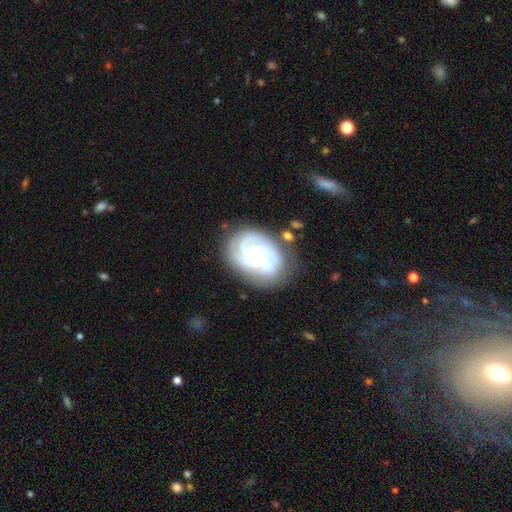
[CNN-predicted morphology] A featured or disk galaxy (84%) with no bar (55%), 3 (37%) tight (63%) spiral arms (96%) and a moderate central bulge (53%).

Vote fractions:
- Smooth or featured? featured or disk: 84% / smooth: 10% / star or artifact: 6%
- Edge-on disk? no: 97% / yes: 3%
- Bar? no: 55% / weak: 35% / strong: 10%
- Spiral arms? yes: 96% / no: 4%
- Spiral winding? tight: 63% / medium: 30% / loose: 6%
- Spiral arm count? 3: 37% / can't tell: 21% / 4: 20% / 2: 13% / more than 4: 5% / 1: 4%
- Bulge size? moderate: 53% / small: 33% / large: 10% / none: 2% / dominant: 1%
- Merging? none: 72% / minor disturbance: 18% / major disturbance: 7% / merger: 3%